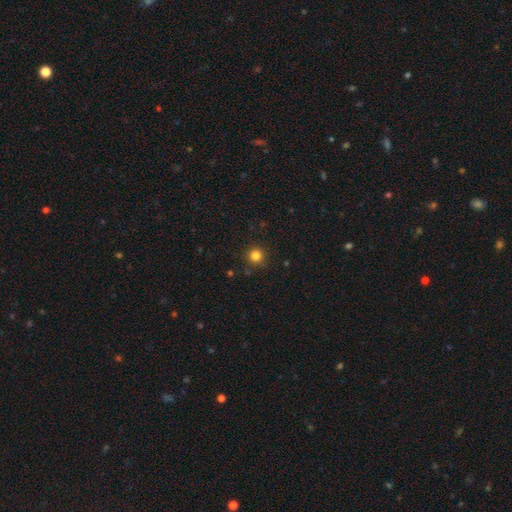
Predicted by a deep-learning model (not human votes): This is clearly a smooth galaxy (82%). How rounded: clearly round (95%). Merging: clearly none (89%).